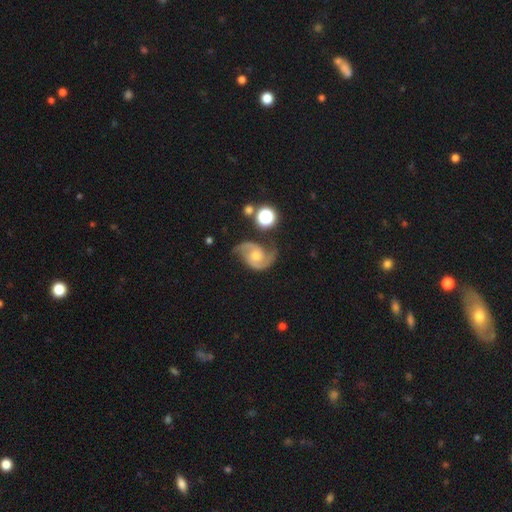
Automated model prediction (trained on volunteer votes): A featured or disk galaxy (88%) with no bar (64%), 2 (93%) medium (54%) spiral arms (98%) and a moderate central bulge (60%). Merging: none (69%).